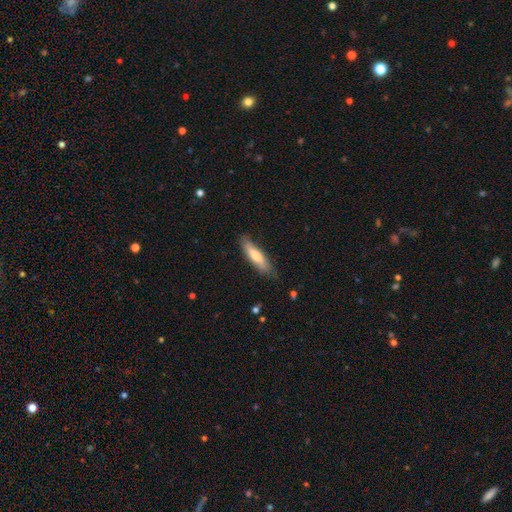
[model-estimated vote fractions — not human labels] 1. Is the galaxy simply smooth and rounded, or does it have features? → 65% smooth, 29% featured or disk, 6% star or artifact.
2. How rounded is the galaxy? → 69% cigar-shaped, 30% in between, 2% round.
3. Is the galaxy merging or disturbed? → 76% none, 19% minor disturbance, 3% major disturbance, 1% merger.